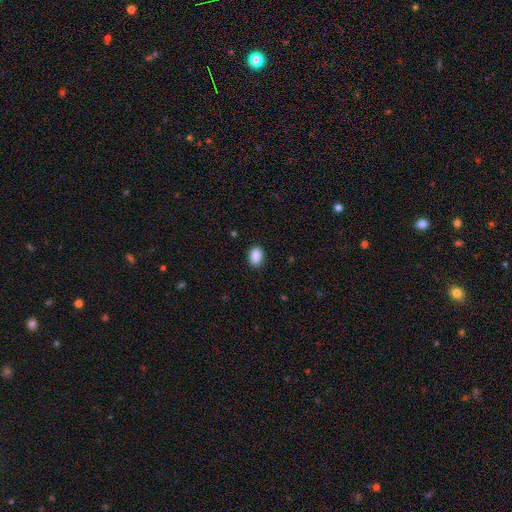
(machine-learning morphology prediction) smooth 90%, star or artifact 8%, featured or disk 2%. Down the decision tree: how rounded — in between (84%); merging — none (86%).